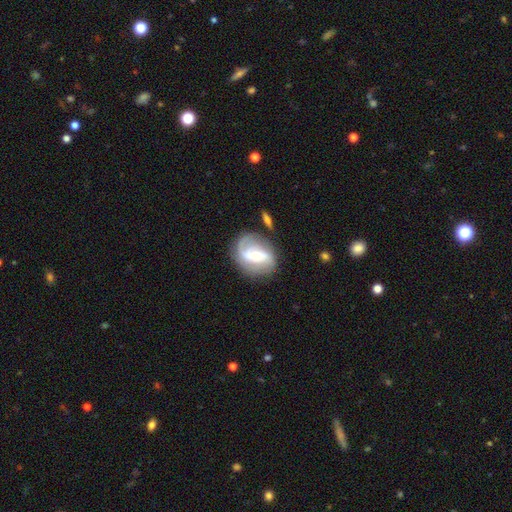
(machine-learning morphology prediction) This appears to be a featured or disk galaxy (73%) with a weak bar (39%), 2 (73%) medium (40%) spiral arms (86%) and a moderate central bulge (54%). Merging: none (66%).